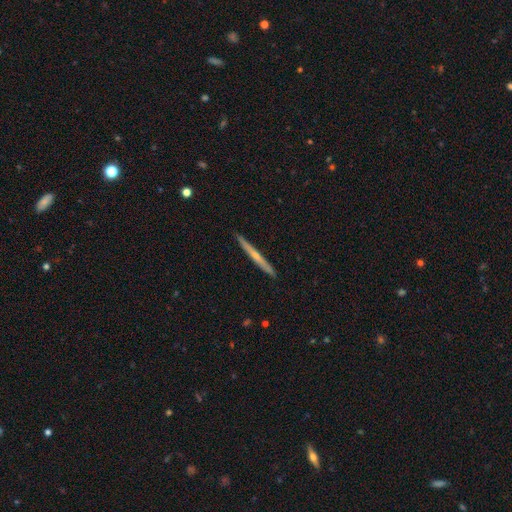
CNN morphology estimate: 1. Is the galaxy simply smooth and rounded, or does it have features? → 64% featured or disk, 31% smooth, 6% star or artifact.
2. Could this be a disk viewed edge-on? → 98% yes, 2% no.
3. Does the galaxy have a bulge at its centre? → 58% rounded, 39% none, 3% boxy.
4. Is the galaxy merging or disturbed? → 92% none, 6% minor disturbance, 1% major disturbance, 1% merger.